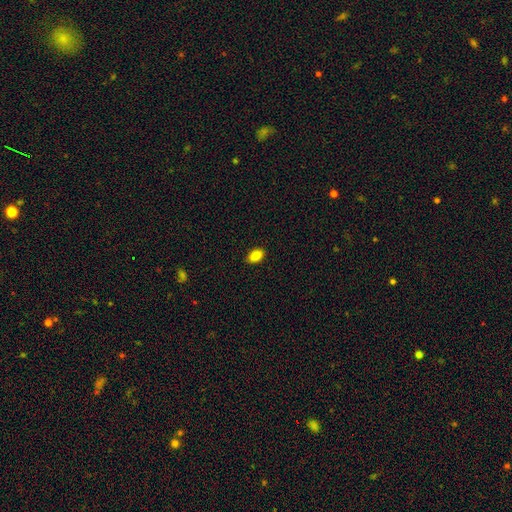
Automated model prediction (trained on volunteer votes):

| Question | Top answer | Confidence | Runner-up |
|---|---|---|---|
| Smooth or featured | smooth | 85% | star or artifact (8%) |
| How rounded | in between | 89% | round (10%) |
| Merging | none | 89% | minor disturbance (8%) |